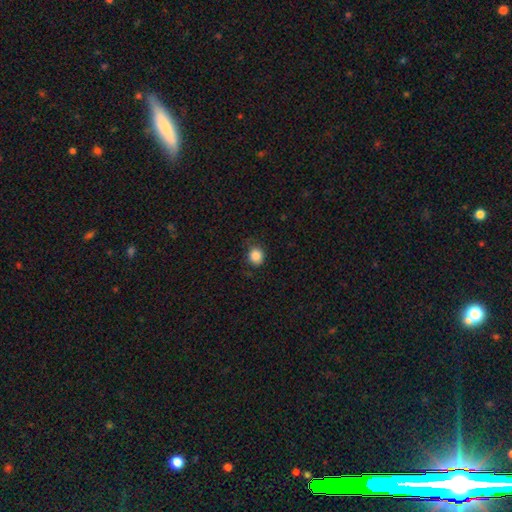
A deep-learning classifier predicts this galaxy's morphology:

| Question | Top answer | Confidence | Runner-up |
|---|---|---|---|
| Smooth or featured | smooth | 86% | star or artifact (10%) |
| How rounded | round | 84% | in between (15%) |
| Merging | none | 81% | minor disturbance (14%) |